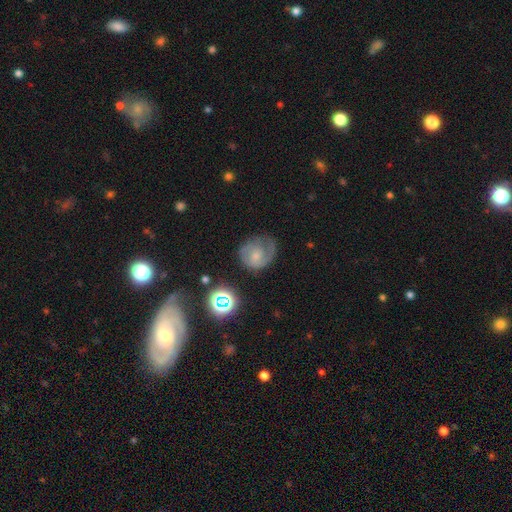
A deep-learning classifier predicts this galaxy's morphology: A featured or disk galaxy (59%) with no bar (65%), spiral arms (85%) and a small central bulge (45%).

Vote fractions:
- Smooth or featured? featured or disk: 59% / smooth: 31% / star or artifact: 11%
- Edge-on disk? no: 98% / yes: 2%
- Bar? no: 65% / weak: 31% / strong: 5%
- Spiral arms? yes: 85% / no: 15%
- Bulge size? small: 45% / moderate: 33% / none: 15% / large: 5% / dominant: 2%
- Merging? none: 54% / minor disturbance: 24% / major disturbance: 19% / merger: 2%